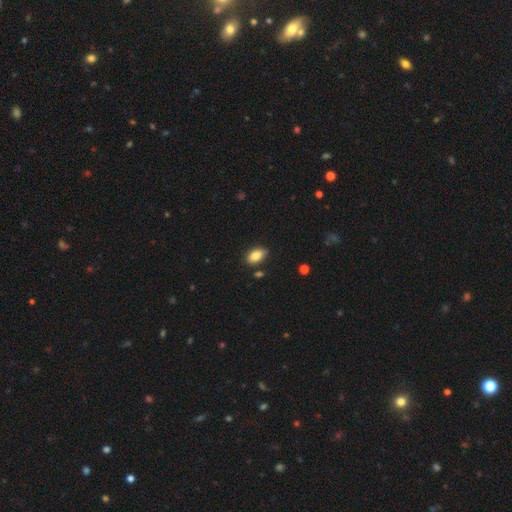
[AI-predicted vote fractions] smooth_or_featured: smooth (p=0.84) [alt: featured or disk p=0.08]
how_rounded: in between (p=0.92) [alt: round p=0.06]
merging: none (p=0.81) [alt: minor disturbance p=0.14]